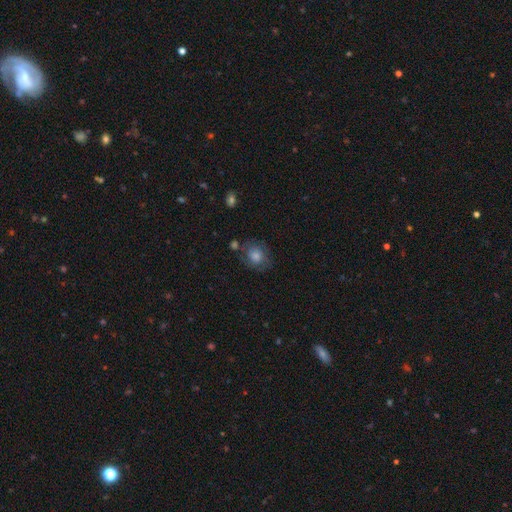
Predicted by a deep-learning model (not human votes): Overall: smooth (64%; featured or disk 27%). How rounded: round (66%; in between 33%). Merging: none (63%).